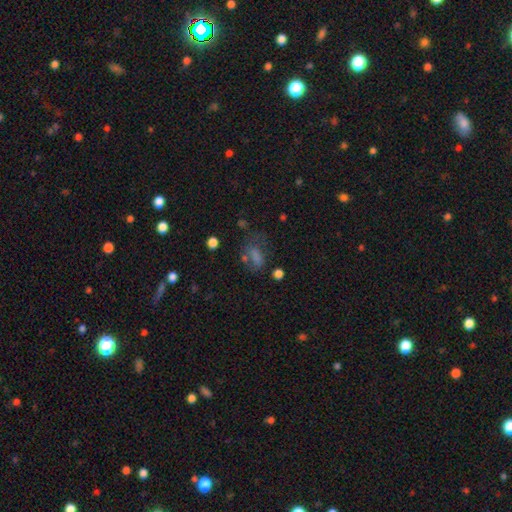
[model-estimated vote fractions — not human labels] Overall: smooth (48%; star or artifact 29%). Merging: none (48%; major disturbance 25%).